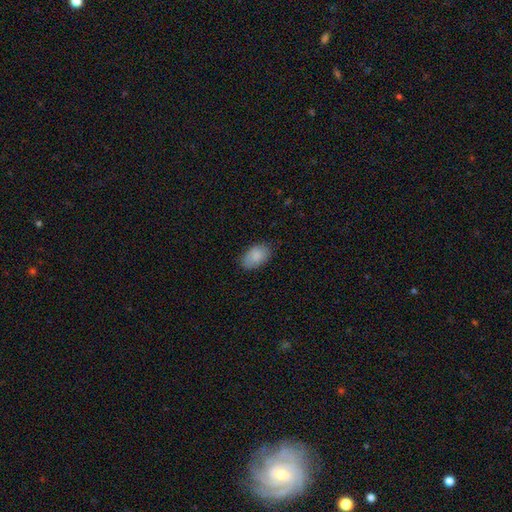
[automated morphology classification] smooth 86%, featured or disk 7%, star or artifact 7%. Down the decision tree: how rounded — in between (92%); merging — none (81%).